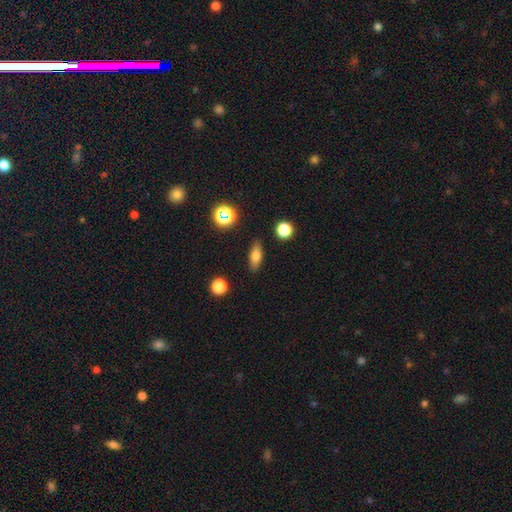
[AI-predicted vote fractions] Smooth or featured?
  - smooth: 72% *
  - featured or disk: 17%
  - star or artifact: 11%
How rounded?
  - in between: 64% *
  - cigar-shaped: 28%
  - round: 8%
Merging?
  - none: 86% *
  - minor disturbance: 10%
  - major disturbance: 3%
  - merger: 2%